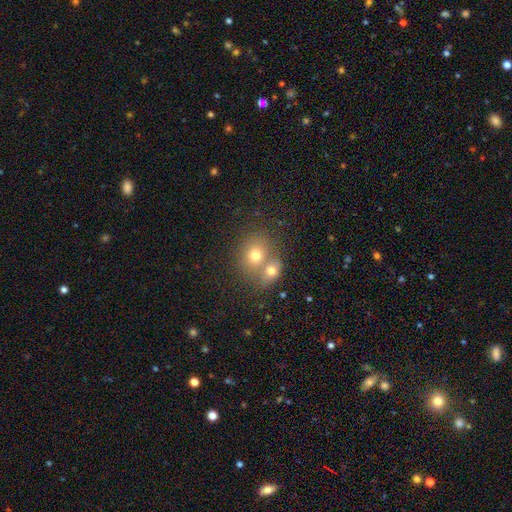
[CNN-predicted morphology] Smooth or featured? Predicted: smooth (p=0.71). How rounded? Predicted: round (p=0.61). Merging? Predicted: merger (p=0.54).